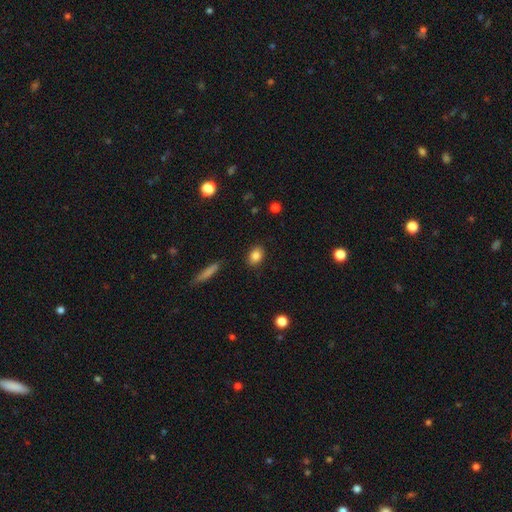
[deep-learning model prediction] Smooth or featured?
  - smooth: 85% *
  - star or artifact: 9%
  - featured or disk: 6%
How rounded?
  - in between: 67% *
  - round: 31%
  - cigar-shaped: 2%
Merging?
  - none: 88% *
  - minor disturbance: 8%
  - major disturbance: 2%
  - merger: 1%